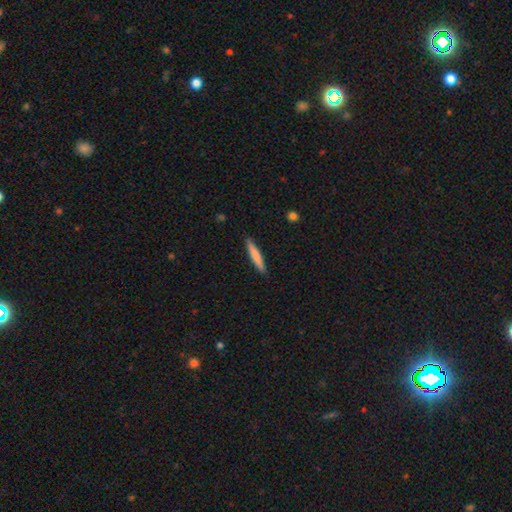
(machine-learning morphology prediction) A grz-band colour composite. It shows a smooth galaxy with no disk features (73%) that is cigar-shaped (94%). Merging: none (90%).